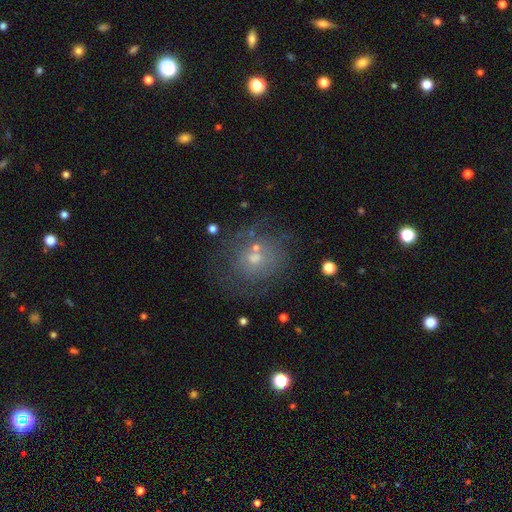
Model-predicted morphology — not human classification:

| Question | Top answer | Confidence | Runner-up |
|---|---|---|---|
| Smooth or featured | featured or disk | 41% | smooth (40%) |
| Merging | none | 64% | minor disturbance (16%) |